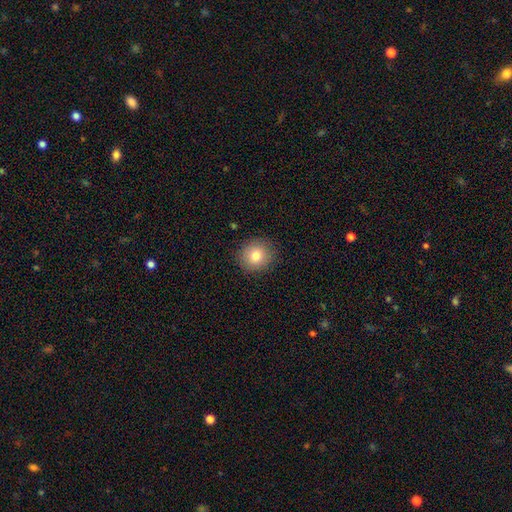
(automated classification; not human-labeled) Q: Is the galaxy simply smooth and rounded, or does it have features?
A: smooth — 80%.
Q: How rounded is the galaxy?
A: round — 86%.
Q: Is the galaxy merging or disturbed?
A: none — 89%.